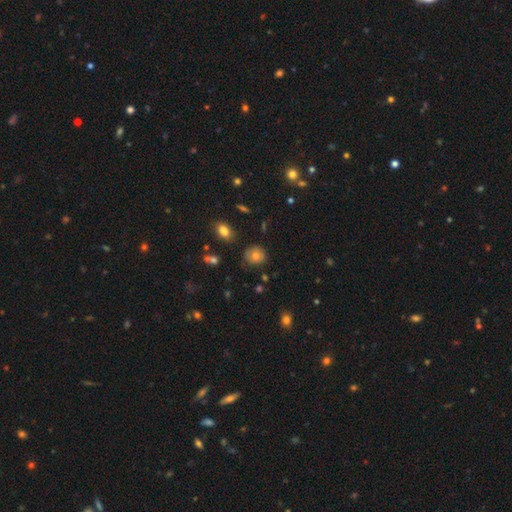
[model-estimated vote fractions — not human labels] smooth_or_featured: smooth (p=0.73) [alt: featured or disk p=0.14]
how_rounded: round (p=0.81) [alt: in between p=0.18]
merging: none (p=0.75) [alt: minor disturbance p=0.18]